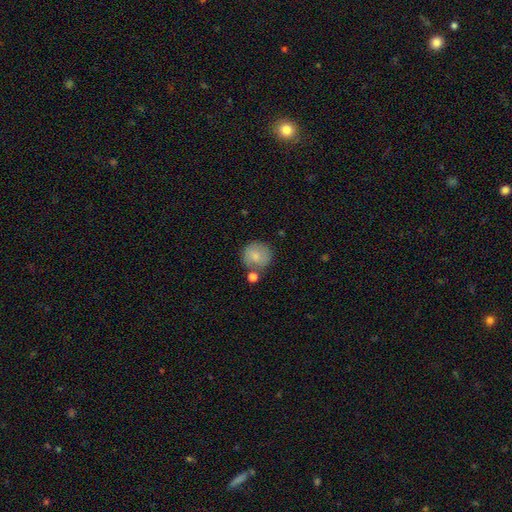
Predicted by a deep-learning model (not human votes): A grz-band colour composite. It shows a smooth galaxy with no disk features (79%) that is round (90%). Merging: none (63%).